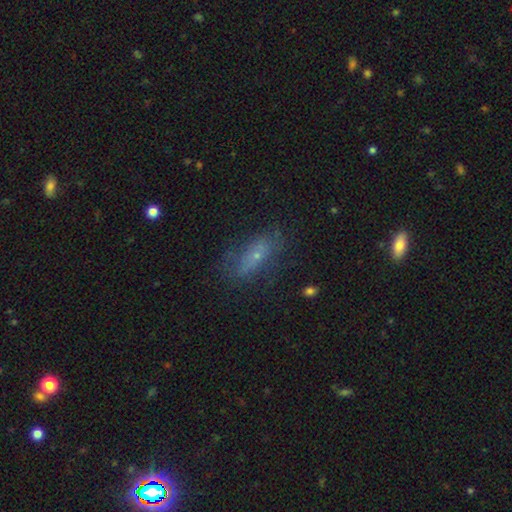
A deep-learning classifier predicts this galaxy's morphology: The model was most divided on "smooth or featured": smooth: 49%, featured or disk: 37%, star or artifact: 15%. More confident: merging — none (67%).